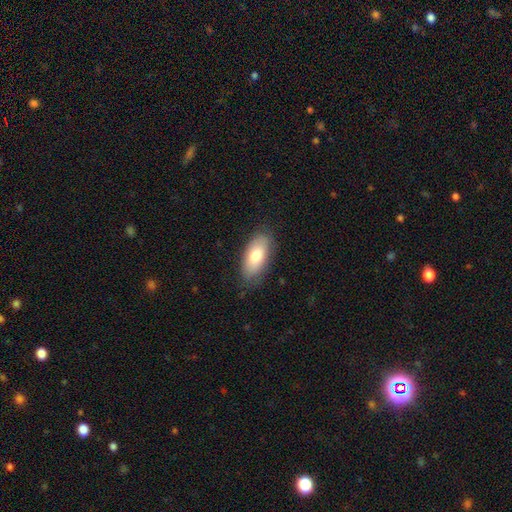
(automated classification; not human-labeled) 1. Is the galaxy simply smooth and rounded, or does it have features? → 77% smooth, 17% featured or disk, 6% star or artifact.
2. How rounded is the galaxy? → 88% in between, 9% cigar-shaped, 3% round.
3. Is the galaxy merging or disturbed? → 81% none, 15% minor disturbance, 3% major disturbance, 1% merger.